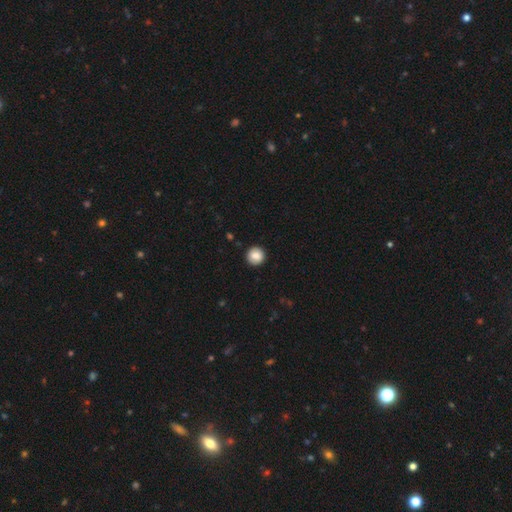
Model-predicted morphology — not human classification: type=smooth (85%); roundness=round (94%); merging=none (92%).